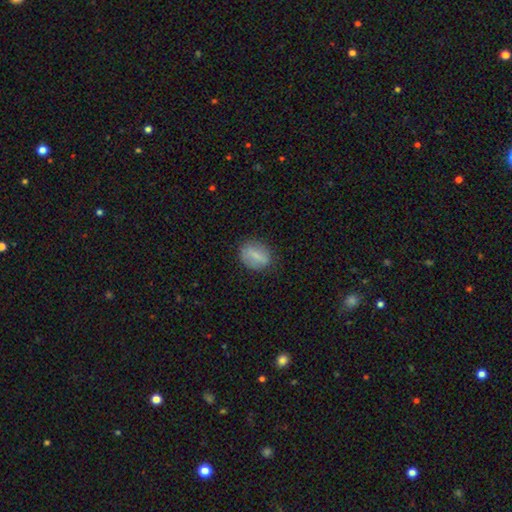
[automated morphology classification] Smooth or featured? Predicted: smooth (p=0.68). How rounded? Predicted: in between (p=0.61). Merging? Predicted: none (p=0.79).